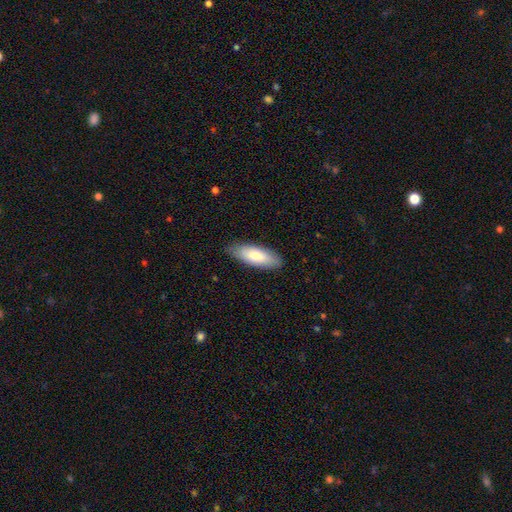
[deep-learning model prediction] smooth_or_featured: smooth (p=0.79) [alt: featured or disk p=0.16]
how_rounded: in between (p=0.70) [alt: cigar-shaped p=0.28]
merging: none (p=0.85) [alt: minor disturbance p=0.12]